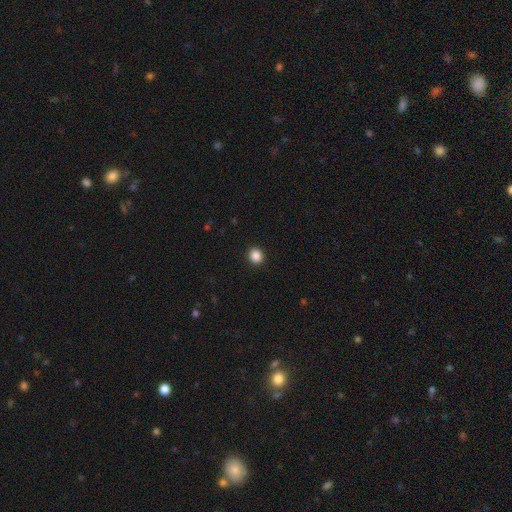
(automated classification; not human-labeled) This appears to be a smooth galaxy with no disk features (87%) that is round (80%). Merging: none (92%).